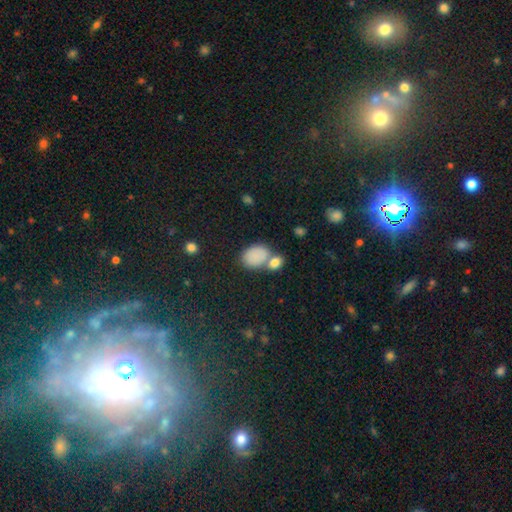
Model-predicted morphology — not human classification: Q: Smooth or featured?
A: smooth (82%); runner-up: star or artifact (11%)
Q: How rounded?
A: in between (80%); runner-up: round (19%)
Q: Merging?
A: none (50%); runner-up: merger (29%)